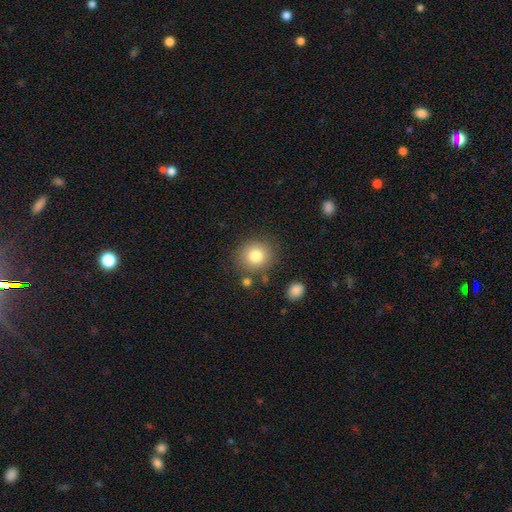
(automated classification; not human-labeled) This is clearly a smooth galaxy (81%). How rounded: clearly round (84%). Merging: clearly none (82%).